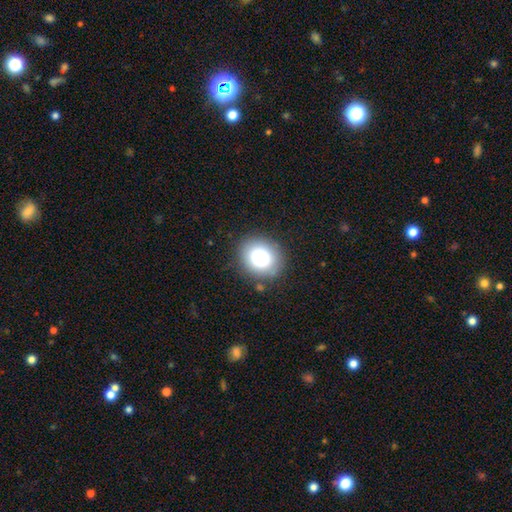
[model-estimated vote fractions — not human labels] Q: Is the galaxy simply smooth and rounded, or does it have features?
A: smooth — 82%.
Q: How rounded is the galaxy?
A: round — 74%.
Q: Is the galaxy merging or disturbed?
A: none — 85%.